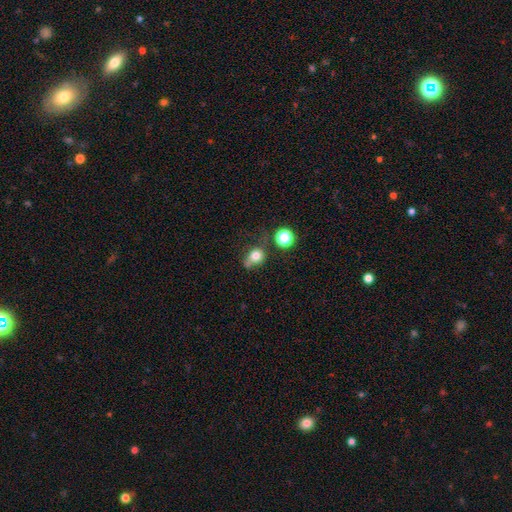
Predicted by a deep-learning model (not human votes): The model was most divided on "merging": none: 40%, minor disturbance: 29%, major disturbance: 18%, merger: 13%. More confident: smooth or featured — smooth (74%); how rounded — round (59%).